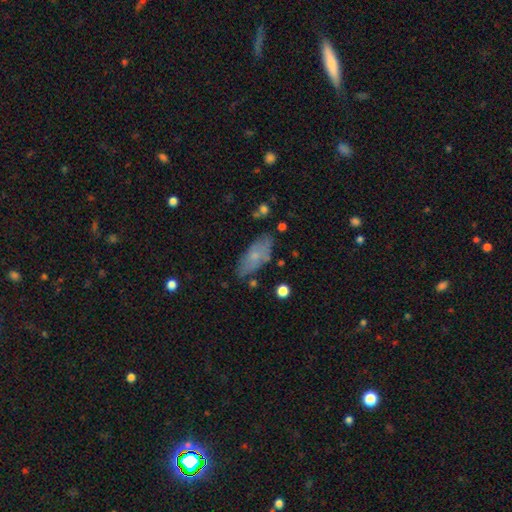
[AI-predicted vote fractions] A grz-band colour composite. It shows a smooth galaxy with no disk features (61%) that is in between round and cigar-shaped (80%). Merging: none (73%).